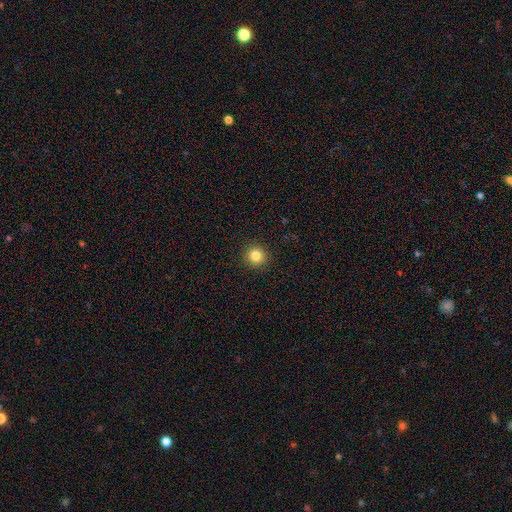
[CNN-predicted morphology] The model was most divided on "smooth or featured": smooth: 83%, star or artifact: 12%, featured or disk: 5%. More confident: how rounded — round (93%); merging — none (92%).